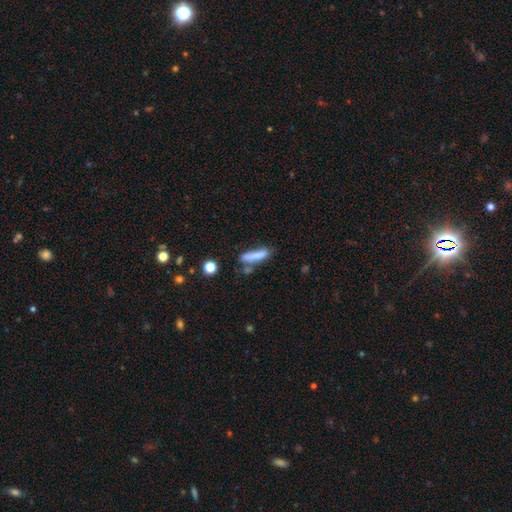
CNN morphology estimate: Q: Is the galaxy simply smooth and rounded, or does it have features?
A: smooth — 74%.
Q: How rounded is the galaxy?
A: cigar-shaped — 74%.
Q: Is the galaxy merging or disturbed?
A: none — 51%.